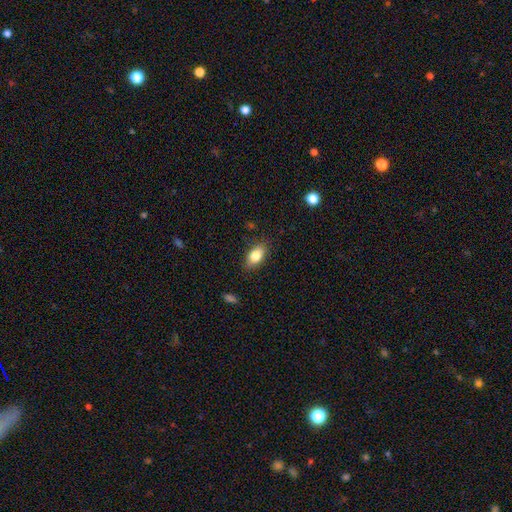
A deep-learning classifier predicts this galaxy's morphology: smooth 82%, featured or disk 11%, star or artifact 8%. Down the decision tree: how rounded — in between (88%); merging — none (85%).